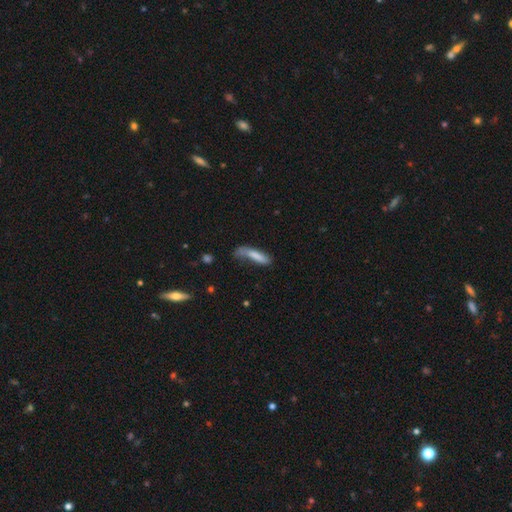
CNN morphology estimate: This is likely a smooth galaxy (76%). How rounded: likely cigar-shaped (74%). Merging: marginally none (38%).